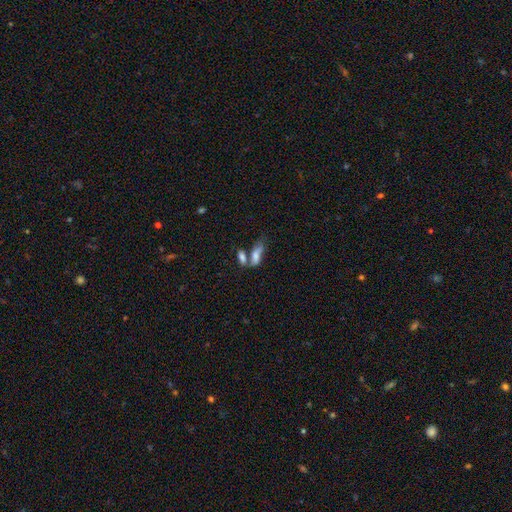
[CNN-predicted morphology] smooth 71%, featured or disk 19%, star or artifact 10%. Down the decision tree: how rounded — in between (72%); merging — merger (50%).